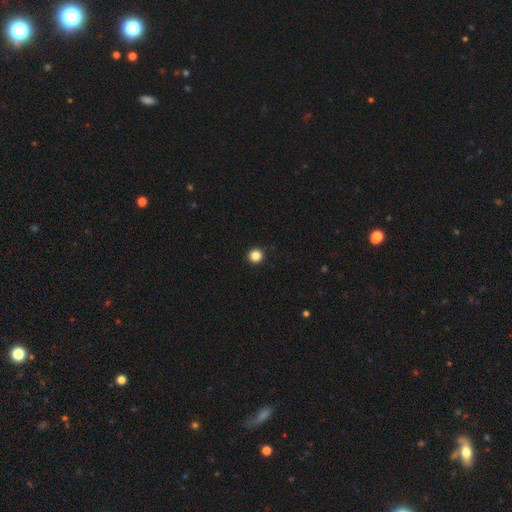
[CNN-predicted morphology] Smooth or featured? Predicted: smooth (p=0.85). How rounded? Predicted: round (p=0.96). Merging? Predicted: none (p=0.94).